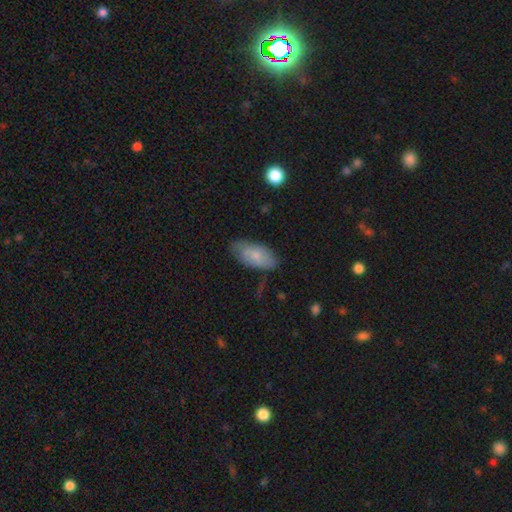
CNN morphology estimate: Overall: smooth (72%). How rounded: in between (92%). Merging: none (69%).